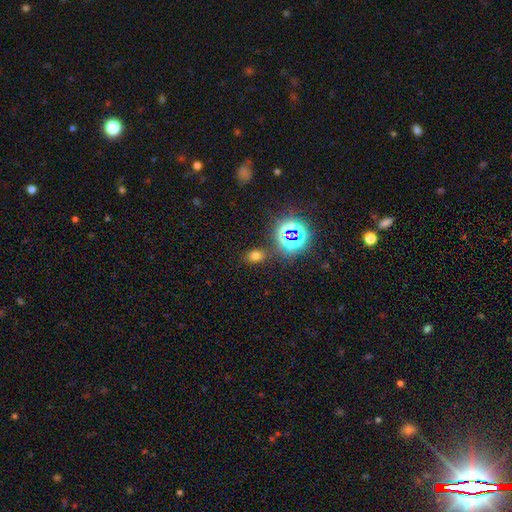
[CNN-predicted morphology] A smooth galaxy with no disk features (62%) that is in between round and cigar-shaped (66%).

Vote fractions:
- Smooth or featured? smooth: 62% / star or artifact: 31% / featured or disk: 7%
- How rounded? in between: 66% / round: 32% / cigar-shaped: 1%
- Merging? none: 83% / minor disturbance: 10% / merger: 4% / major disturbance: 4%